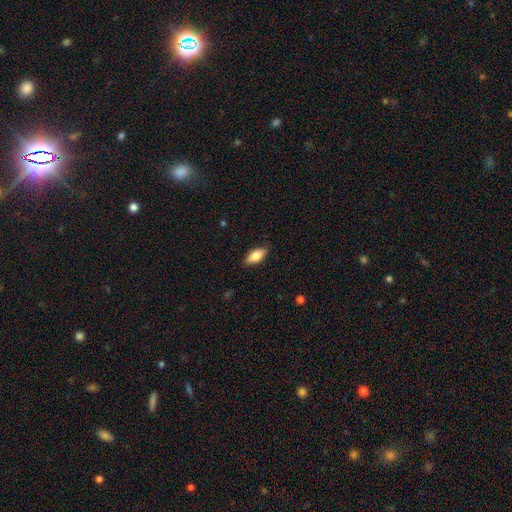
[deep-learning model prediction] Smooth or featured? smooth (77%)
How rounded? in between (82%)
Merging? none (84%)